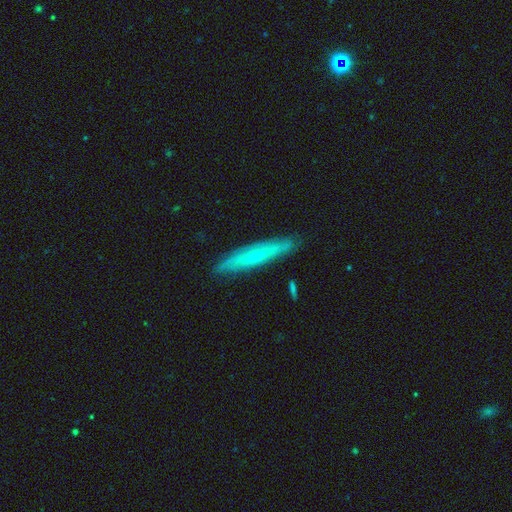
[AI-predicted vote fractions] A featured or disk galaxy (56%) viewed edge-on (79%). Merging: none (85%).